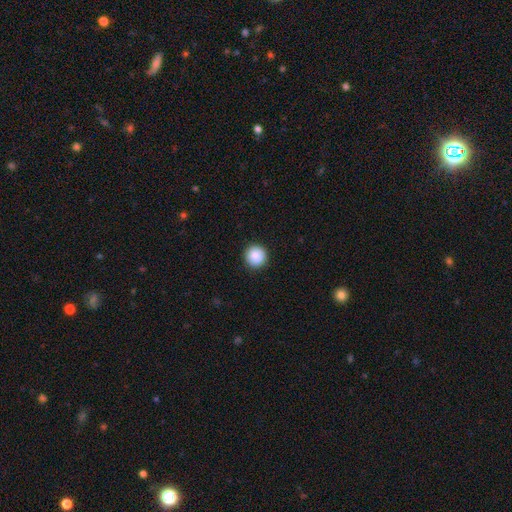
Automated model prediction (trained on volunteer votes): Q: Smooth or featured?
A: smooth (88%); runner-up: star or artifact (8%)
Q: How rounded?
A: round (96%); runner-up: in between (4%)
Q: Merging?
A: none (92%); runner-up: minor disturbance (6%)